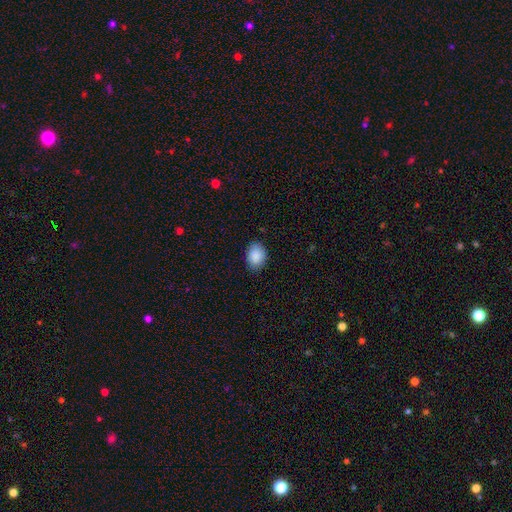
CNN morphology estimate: This is clearly a smooth galaxy (90%). How rounded: likely in between (71%). Merging: clearly none (84%).